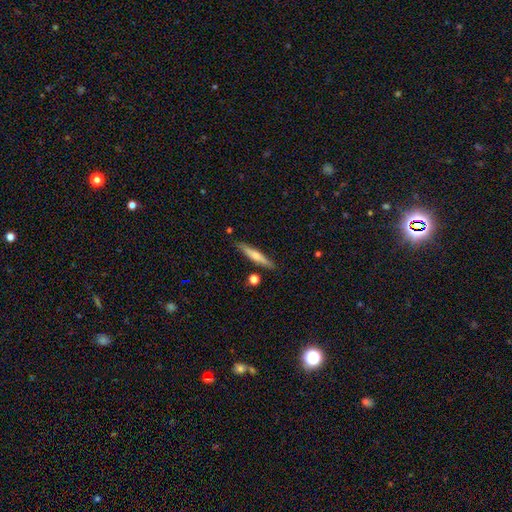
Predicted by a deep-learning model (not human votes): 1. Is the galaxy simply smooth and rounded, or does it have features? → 49% smooth, 45% featured or disk, 6% star or artifact.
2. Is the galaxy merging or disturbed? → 86% none, 9% minor disturbance, 3% merger, 2% major disturbance.